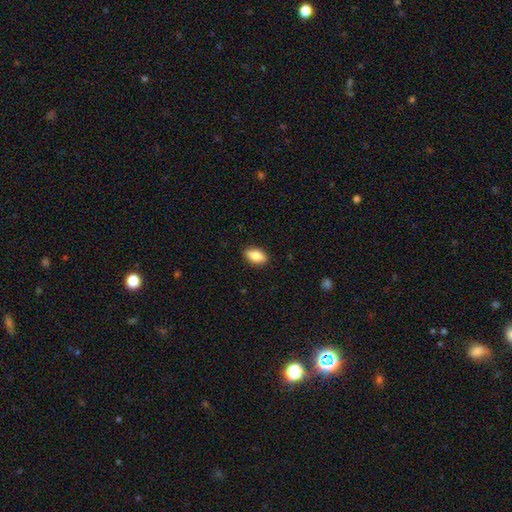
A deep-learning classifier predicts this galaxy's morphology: A smooth galaxy with no disk features (82%) that is in between round and cigar-shaped (88%). Merging: none (88%).